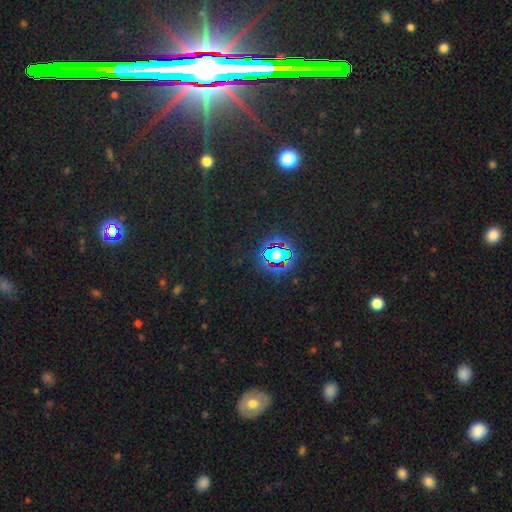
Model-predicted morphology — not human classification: star or artifact 82%, smooth 10%, featured or disk 8%.